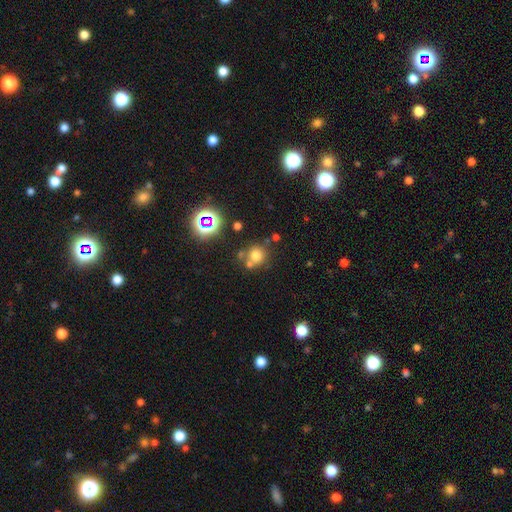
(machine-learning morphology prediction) Smooth or featured?
  - smooth: 68% *
  - star or artifact: 21%
  - featured or disk: 11%
How rounded?
  - round: 87% *
  - in between: 12%
  - cigar-shaped: 1%
Merging?
  - none: 62% *
  - merger: 22%
  - minor disturbance: 11%
  - major disturbance: 4%